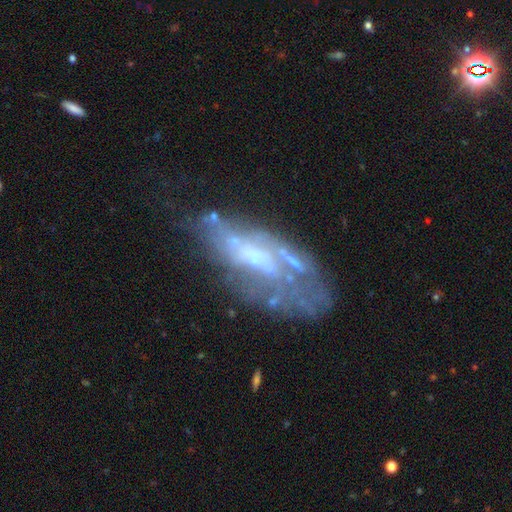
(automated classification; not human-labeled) This appears to be a featured or disk galaxy (67%) with no bar (70%), no spiral arms (70%) and no central bulge (37%). Merging: none (40%).